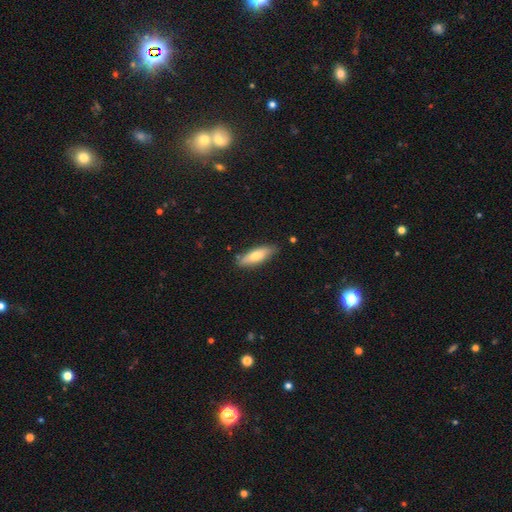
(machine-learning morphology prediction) Smooth or featured?
  - smooth: 68% *
  - featured or disk: 26%
  - star or artifact: 6%
How rounded?
  - in between: 53% *
  - cigar-shaped: 45%
  - round: 2%
Merging?
  - none: 81% *
  - minor disturbance: 14%
  - merger: 2%
  - major disturbance: 2%